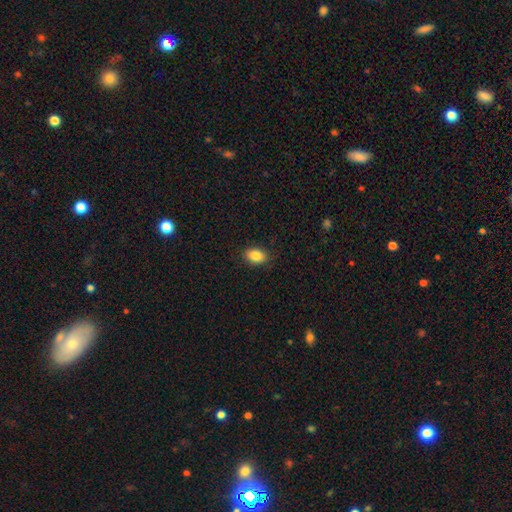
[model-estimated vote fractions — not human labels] Smooth or featured?
  - smooth: 86% *
  - star or artifact: 8%
  - featured or disk: 5%
How rounded?
  - in between: 83% *
  - round: 16%
  - cigar-shaped: 1%
Merging?
  - none: 88% *
  - minor disturbance: 9%
  - major disturbance: 2%
  - merger: 1%